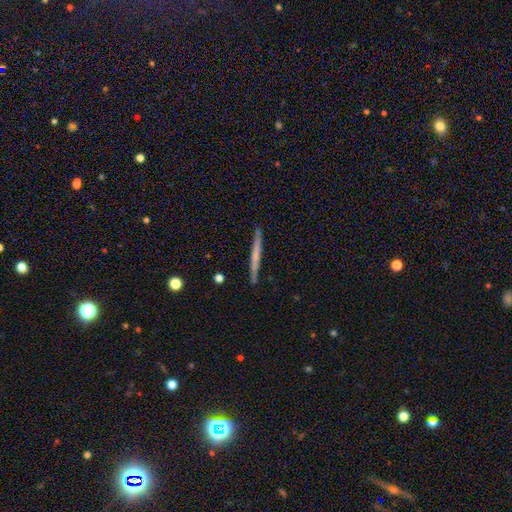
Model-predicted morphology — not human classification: Q: Smooth or featured?
A: smooth (50%); runner-up: featured or disk (45%)
Q: Merging?
A: none (89%); runner-up: minor disturbance (8%)